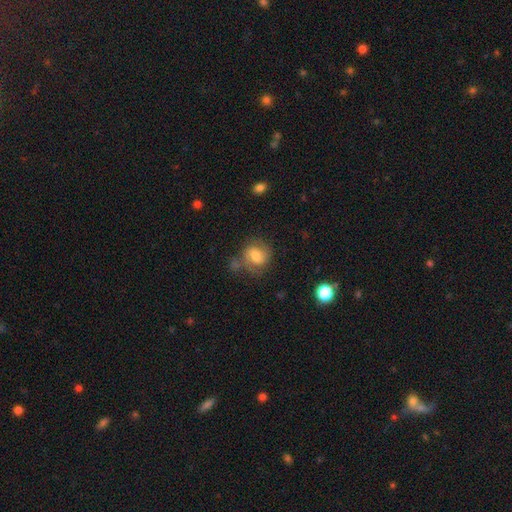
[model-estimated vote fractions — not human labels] This is possibly a smooth galaxy (50%). How rounded: likely round (63%). Merging: possibly none (55%).